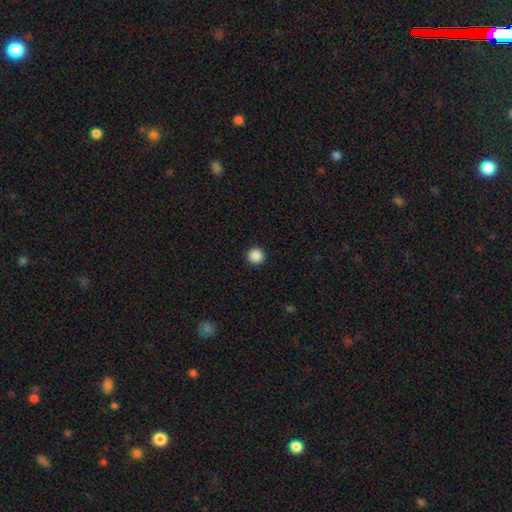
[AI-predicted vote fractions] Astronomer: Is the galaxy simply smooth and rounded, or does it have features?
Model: smooth — 88%.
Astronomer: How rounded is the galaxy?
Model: round — 96%.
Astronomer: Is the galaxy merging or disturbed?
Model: none — 93%.